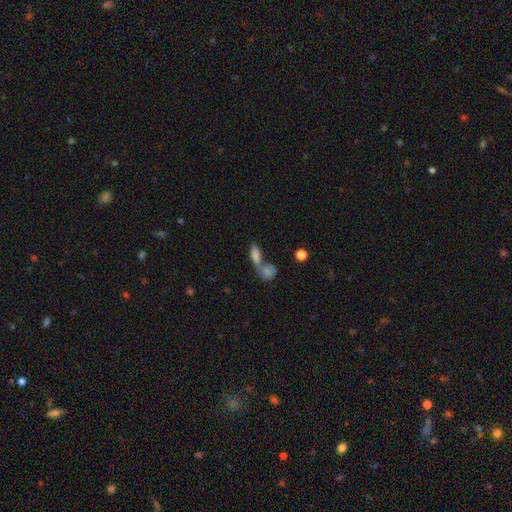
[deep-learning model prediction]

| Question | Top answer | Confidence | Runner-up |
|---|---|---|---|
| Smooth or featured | smooth | 68% | featured or disk (18%) |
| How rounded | in between | 72% | cigar-shaped (18%) |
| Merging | merger | 57% | none (30%) |